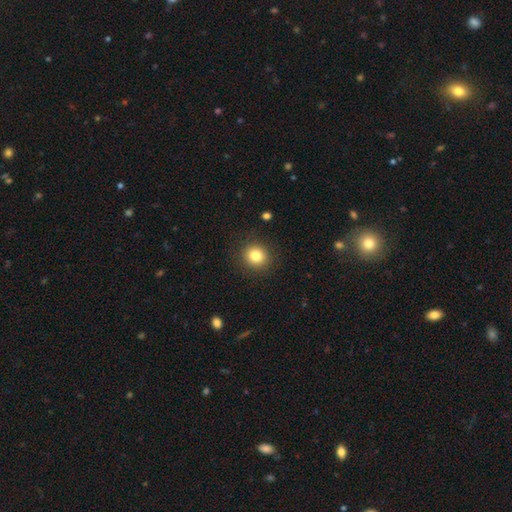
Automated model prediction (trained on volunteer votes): Morphology: type=smooth (82%); roundness=round (85%); merging=none (89%).